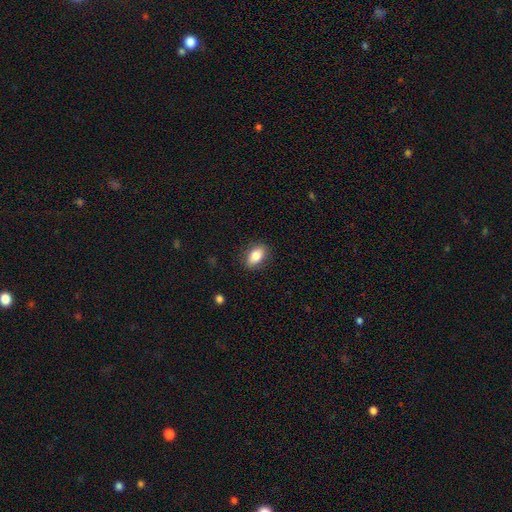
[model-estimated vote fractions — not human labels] A smooth galaxy with no disk features (80%) that is in between round and cigar-shaped (87%). Merging: none (86%).